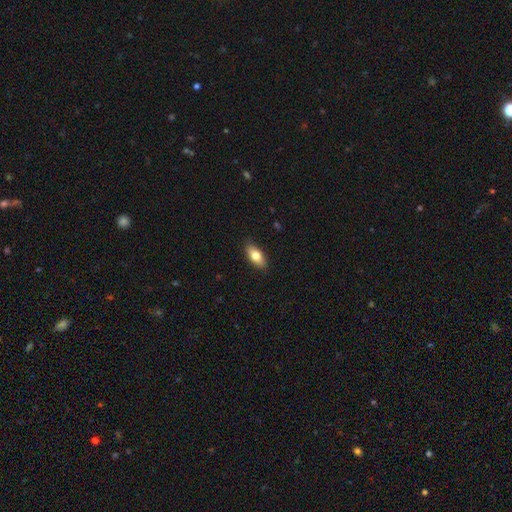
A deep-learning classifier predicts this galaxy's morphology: type=smooth (76%); roundness=in between (86%); merging=none (88%).